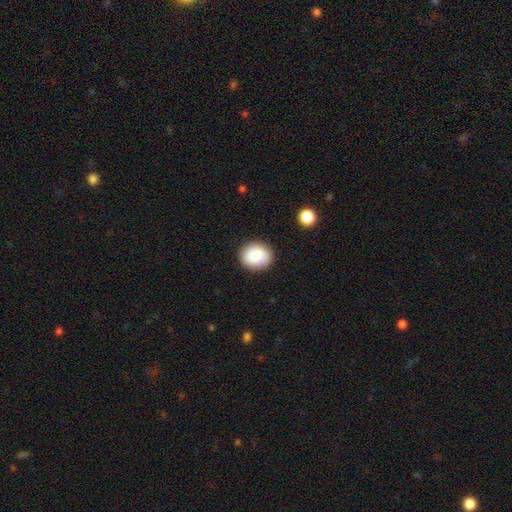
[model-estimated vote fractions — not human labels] The model was most divided on "how rounded": round: 66%, in between: 33%, cigar-shaped: 1%. More confident: merging — none (87%); smooth or featured — smooth (85%).